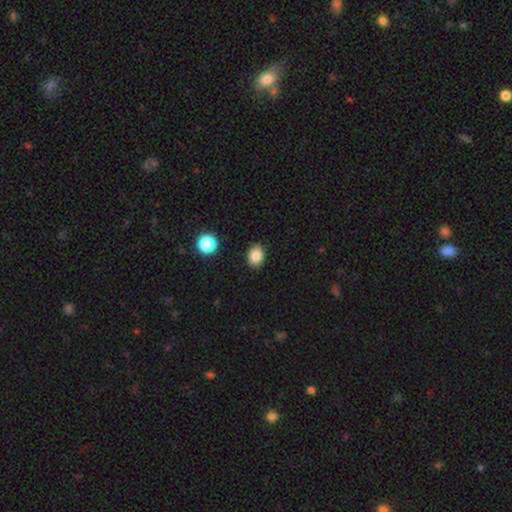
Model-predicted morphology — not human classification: Smooth or featured?
  - smooth: 85% *
  - star or artifact: 10%
  - featured or disk: 5%
How rounded?
  - in between: 55% *
  - round: 44%
  - cigar-shaped: 1%
Merging?
  - none: 89% *
  - minor disturbance: 8%
  - major disturbance: 2%
  - merger: 2%